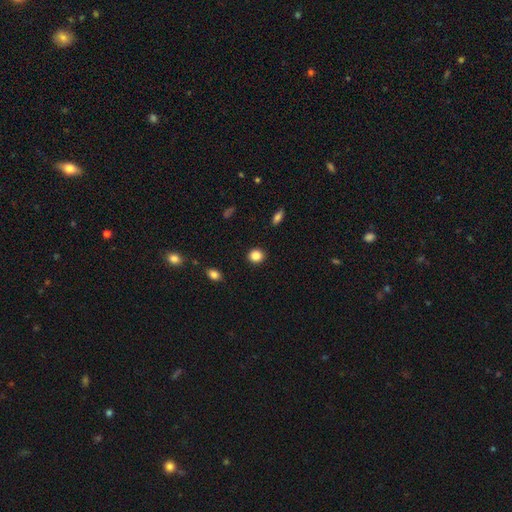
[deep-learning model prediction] The model was most divided on "how rounded": round: 84%, in between: 15%, cigar-shaped: 1%. More confident: merging — none (92%); smooth or featured — smooth (86%).